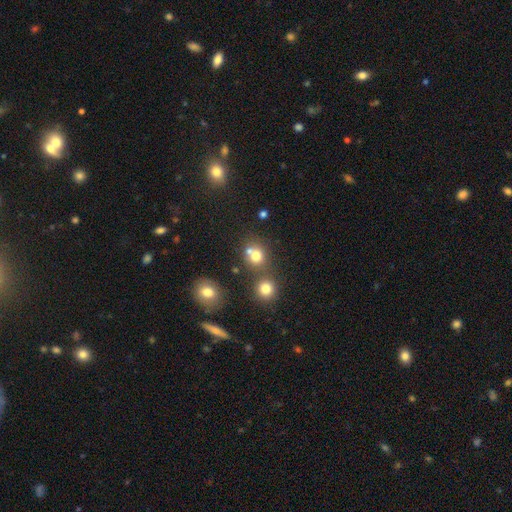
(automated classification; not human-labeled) smooth_or_featured: smooth (p=0.74) [alt: star or artifact p=0.16]
how_rounded: round (p=0.80) [alt: in between p=0.19]
merging: none (p=0.54) [alt: merger p=0.33]